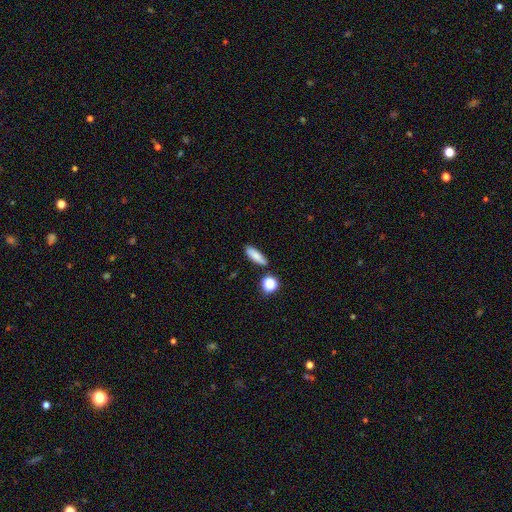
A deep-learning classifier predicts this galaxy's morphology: smooth 81%, featured or disk 9%, star or artifact 9%. Down the decision tree: how rounded — in between (48%); merging — none (82%).